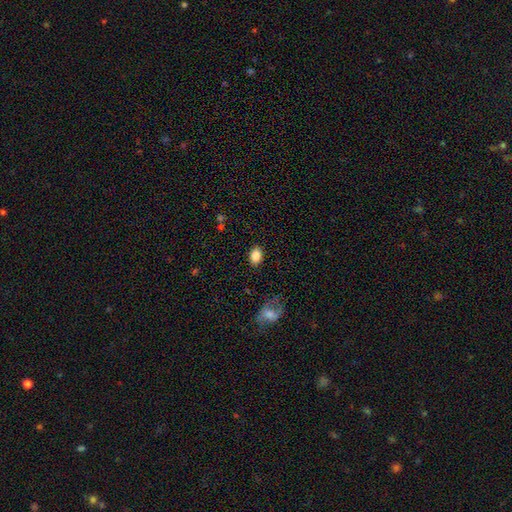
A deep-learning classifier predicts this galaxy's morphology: The model was most divided on "how rounded": in between: 80%, round: 19%, cigar-shaped: 1%. More confident: merging — none (86%); smooth or featured — smooth (86%).